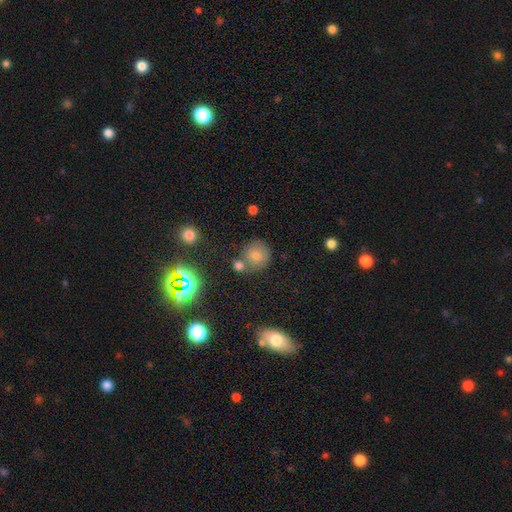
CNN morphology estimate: Smooth or featured: smooth — 73% (star or artifact — 17%)
How rounded: round — 89% (in between — 10%)
Merging: none — 65% (merger — 20%)